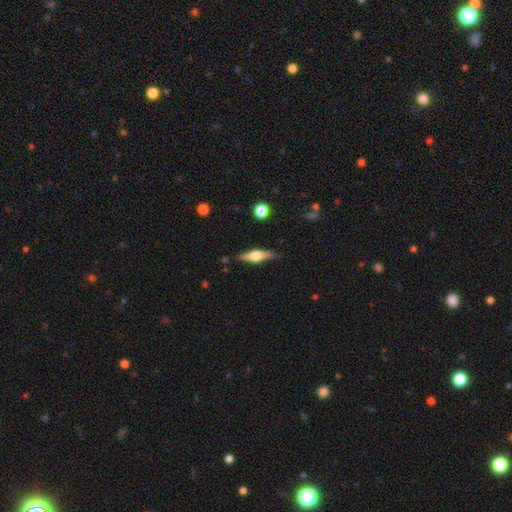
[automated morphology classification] The model was most divided on "smooth or featured": featured or disk: 62%, smooth: 32%, star or artifact: 6%. More confident: edge-on disk — yes (96%); edge-on bulge — rounded (93%); merging — none (85%).